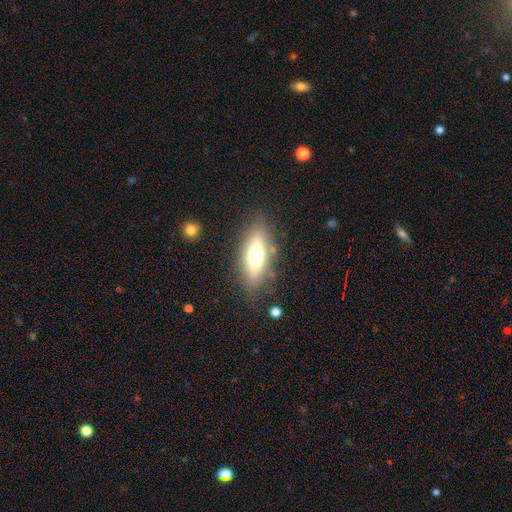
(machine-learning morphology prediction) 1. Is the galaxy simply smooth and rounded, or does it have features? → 61% smooth, 31% featured or disk, 8% star or artifact.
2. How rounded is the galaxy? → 59% in between, 38% cigar-shaped, 3% round.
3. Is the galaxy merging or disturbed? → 79% none, 14% minor disturbance, 5% major disturbance, 3% merger.